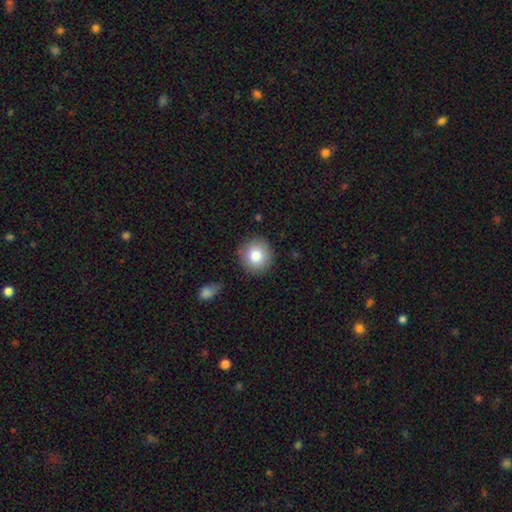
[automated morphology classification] Smooth or featured? Predicted: smooth (p=0.81). How rounded? Predicted: round (p=0.92). Merging? Predicted: none (p=0.87).